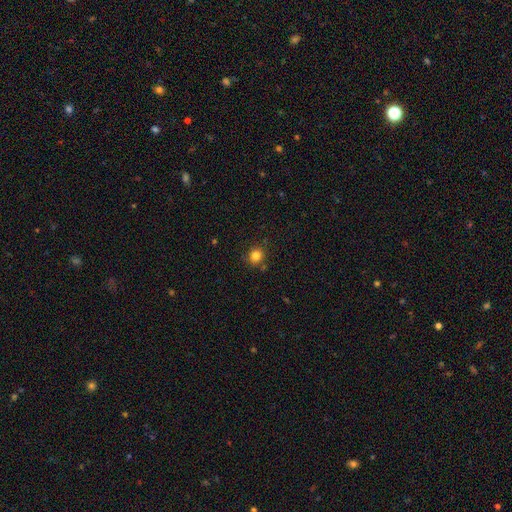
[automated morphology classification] Smooth or featured? smooth (82%)
How rounded? round (88%)
Merging? none (83%)